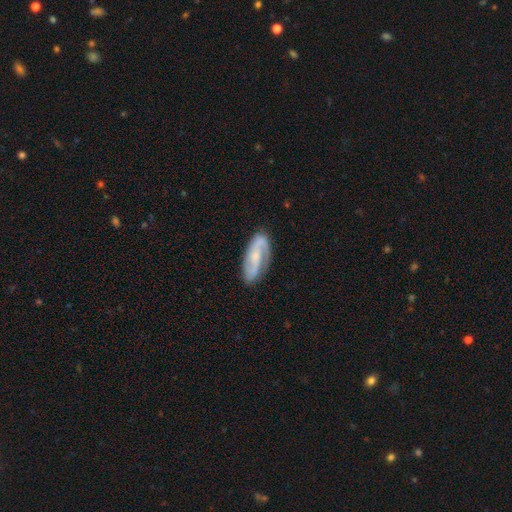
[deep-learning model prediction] This is likely a featured or disk galaxy (78%). It is clearly not viewed edge-on (94%). Bar: marginally no (44%). Spiral arm pattern: clearly yes (95%). Spiral arm count: clearly 2 (88%). Spiral winding: possibly medium (46%). Central bulge: possibly small (59%). Merging: clearly none (82%).